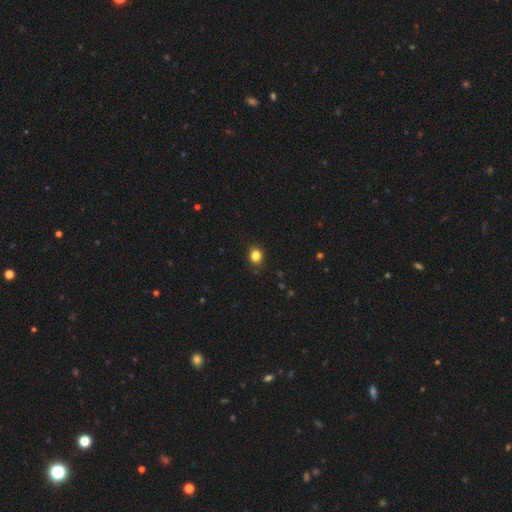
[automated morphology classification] A smooth galaxy with no disk features (83%) that is round (71%).

Vote fractions:
- Smooth or featured? smooth: 83% / star or artifact: 12% / featured or disk: 5%
- How rounded? round: 71% / in between: 29% / cigar-shaped: 1%
- Merging? none: 90% / minor disturbance: 7% / major disturbance: 2% / merger: 1%